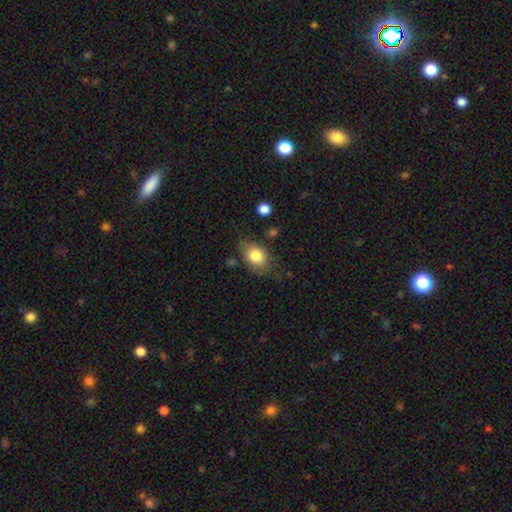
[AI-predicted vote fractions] This appears to be a smooth galaxy with no disk features (81%) that is in between round and cigar-shaped (79%). Merging: none (68%).